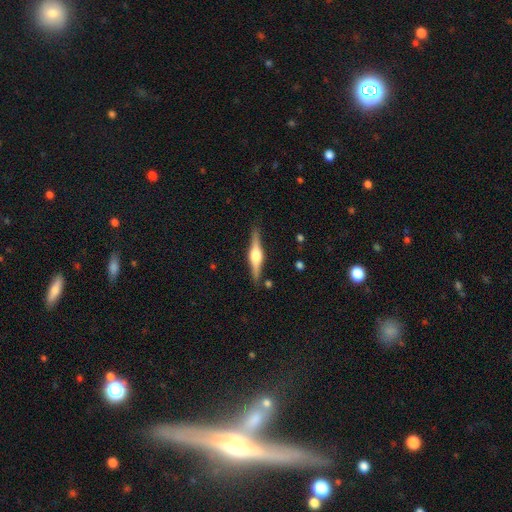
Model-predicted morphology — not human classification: smooth-or-featured: featured or disk: 78% | smooth: 16% | star or artifact: 6%
  disk-edge-on: yes: 98% | no: 2%
    edge-on-bulge: rounded: 90% | boxy: 9% | none: 2%
  merging: none: 88% | minor disturbance: 9% | major disturbance: 2% | merger: 2%